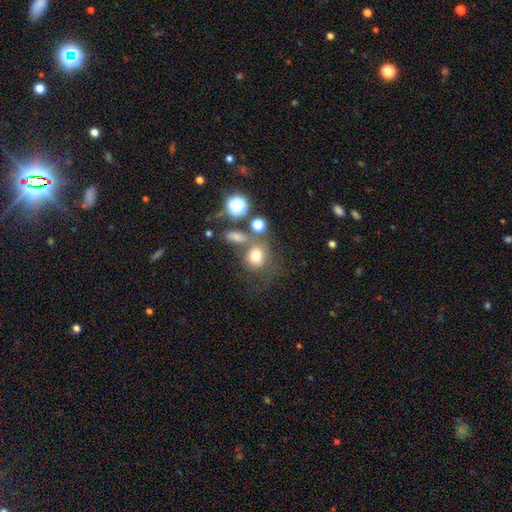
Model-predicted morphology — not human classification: The model was most divided on "merging": none: 54%, merger: 22%, minor disturbance: 14%, major disturbance: 10%. More confident: how rounded — round (76%); smooth or featured — smooth (72%).